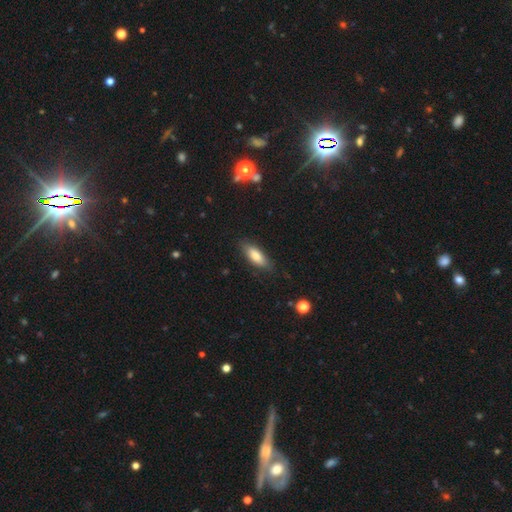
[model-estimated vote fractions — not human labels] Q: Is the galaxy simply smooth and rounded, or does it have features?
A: smooth — 79%.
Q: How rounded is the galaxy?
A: in between — 68%.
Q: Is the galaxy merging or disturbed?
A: none — 83%.